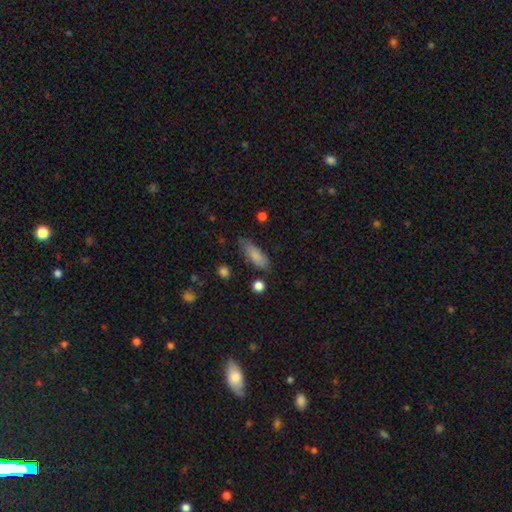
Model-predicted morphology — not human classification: This appears to be a smooth galaxy with no disk features (84%) that is in between round and cigar-shaped (68%). Merging: none (70%).